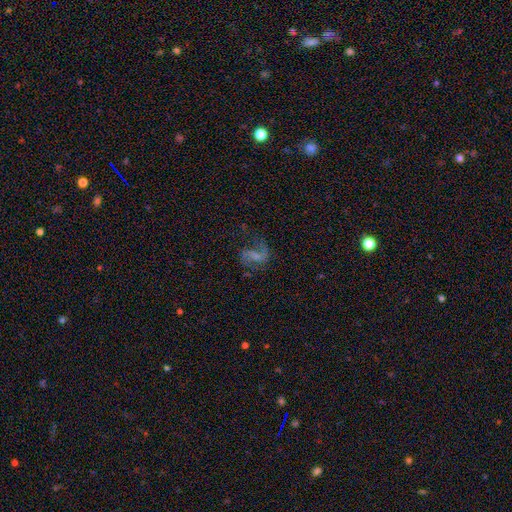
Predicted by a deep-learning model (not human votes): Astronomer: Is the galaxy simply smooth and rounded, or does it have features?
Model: featured or disk — 75%.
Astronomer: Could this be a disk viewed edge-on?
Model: no — 98%.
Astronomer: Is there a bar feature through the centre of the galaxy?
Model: weak — 50%.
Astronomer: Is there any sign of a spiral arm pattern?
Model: yes — 92%.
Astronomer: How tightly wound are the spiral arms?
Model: loose — 57% (runner-up: medium, 36%).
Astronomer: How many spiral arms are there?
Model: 2 — 83%.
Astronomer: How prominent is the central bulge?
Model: none — 40% (runner-up: small, 35%).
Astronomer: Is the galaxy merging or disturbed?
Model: none — 58%.